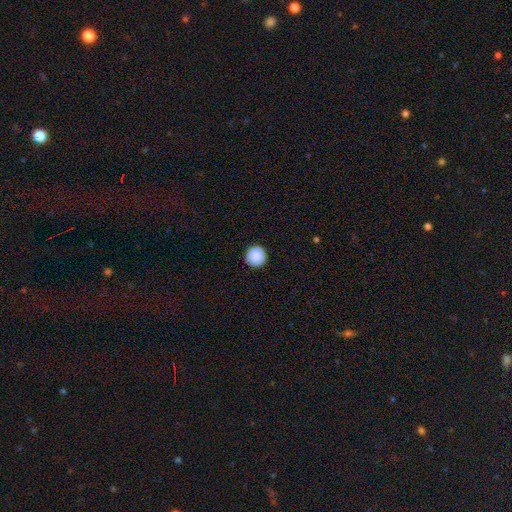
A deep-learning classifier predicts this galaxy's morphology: A smooth galaxy with no disk features (87%) that is round (96%). Merging: none (91%).